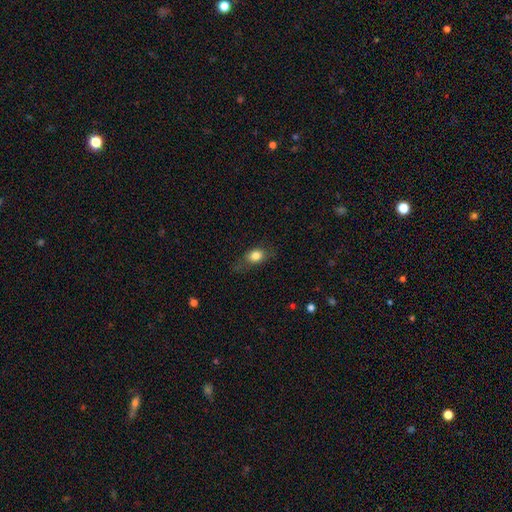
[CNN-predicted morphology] Smooth or featured? smooth (80%)
How rounded? in between (61%)
Merging? none (64%)